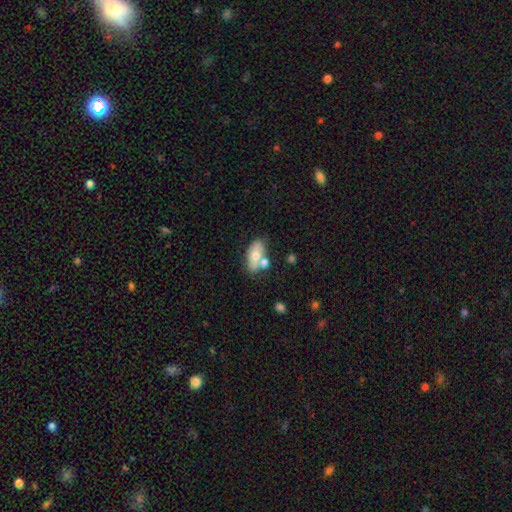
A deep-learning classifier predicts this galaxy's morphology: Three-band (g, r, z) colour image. It shows a smooth galaxy with no disk features (65%) that is in between round and cigar-shaped (89%). Merging: none (53%).